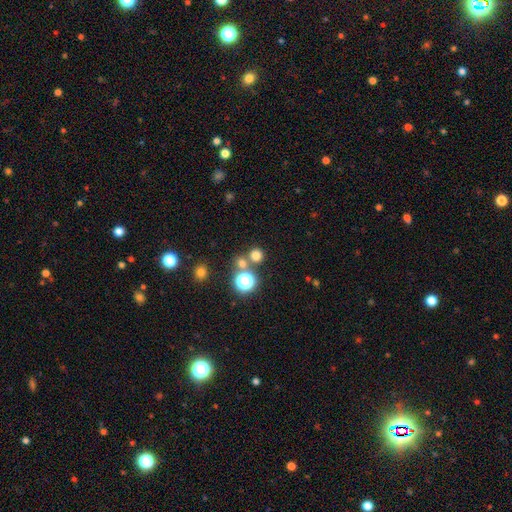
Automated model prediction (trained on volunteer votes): A smooth galaxy with no disk features (72%) that is round (92%). Merging: none (73%).